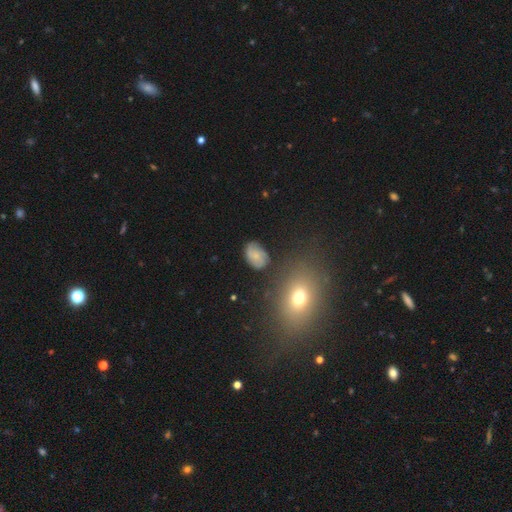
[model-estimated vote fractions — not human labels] This is possibly a smooth galaxy (49%). Merging: likely none (69%).